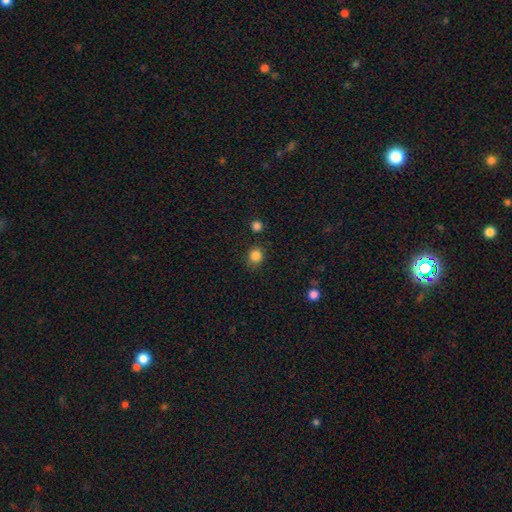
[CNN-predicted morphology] smooth 84%, star or artifact 12%, featured or disk 4%. Down the decision tree: how rounded — round (80%); merging — none (80%).